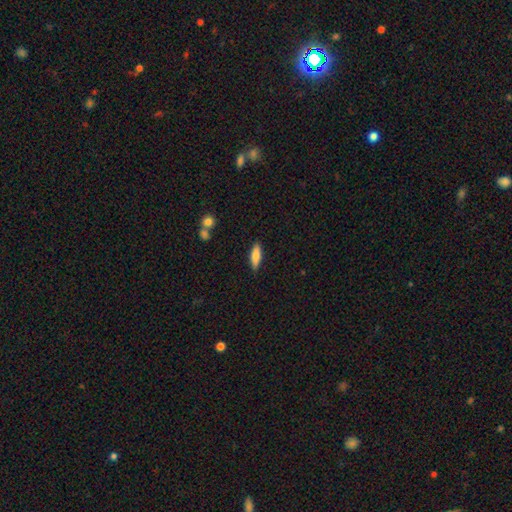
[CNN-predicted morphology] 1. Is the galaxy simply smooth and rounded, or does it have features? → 77% smooth, 17% featured or disk, 6% star or artifact.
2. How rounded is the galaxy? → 49% cigar-shaped (tied), 49% in between (tied), 2% round.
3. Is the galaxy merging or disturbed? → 85% none, 11% minor disturbance, 2% major disturbance, 2% merger.